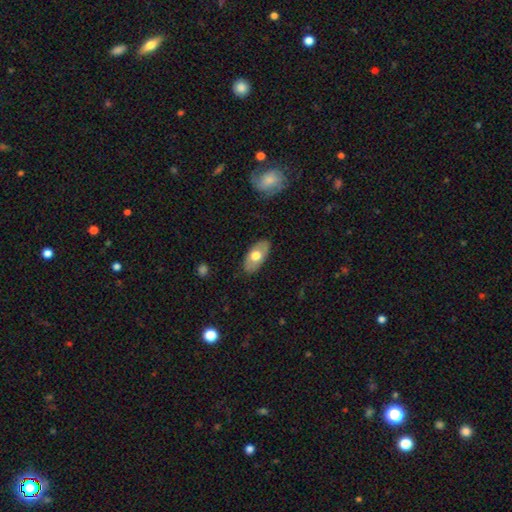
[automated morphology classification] A smooth galaxy with no disk features (61%) that is in between round and cigar-shaped (91%).

Vote fractions:
- Smooth or featured? smooth: 61% / featured or disk: 33% / star or artifact: 6%
- How rounded? in between: 91% / cigar-shaped: 5% / round: 4%
- Merging? none: 84% / minor disturbance: 12% / major disturbance: 2% / merger: 1%